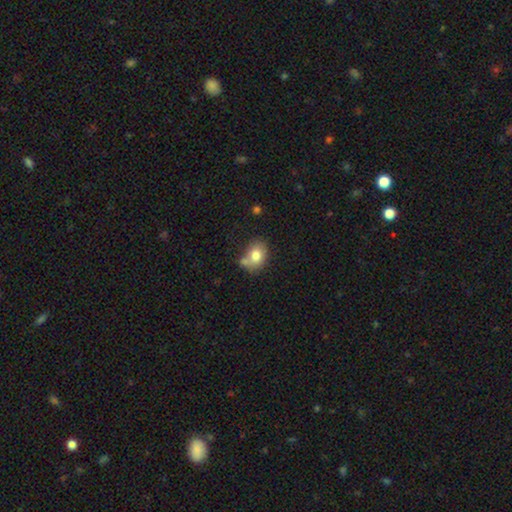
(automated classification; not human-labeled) Q: Smooth or featured?
A: smooth (77%); runner-up: featured or disk (14%)
Q: How rounded?
A: in between (60%); runner-up: round (39%)
Q: Merging?
A: none (50%); runner-up: merger (23%)